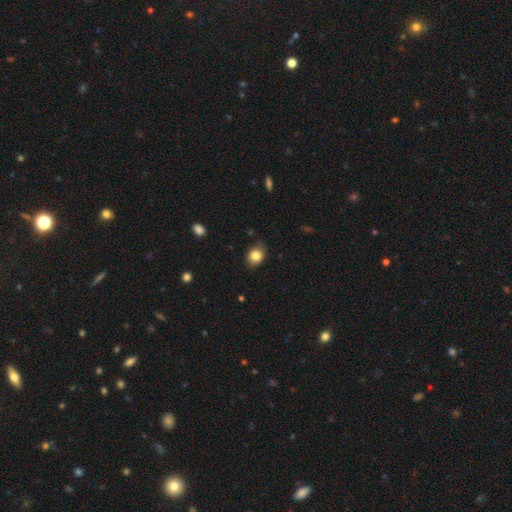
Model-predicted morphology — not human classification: Smooth or featured: smooth — 83% (star or artifact — 9%)
How rounded: in between — 60% (round — 39%)
Merging: none — 79% (minor disturbance — 16%)